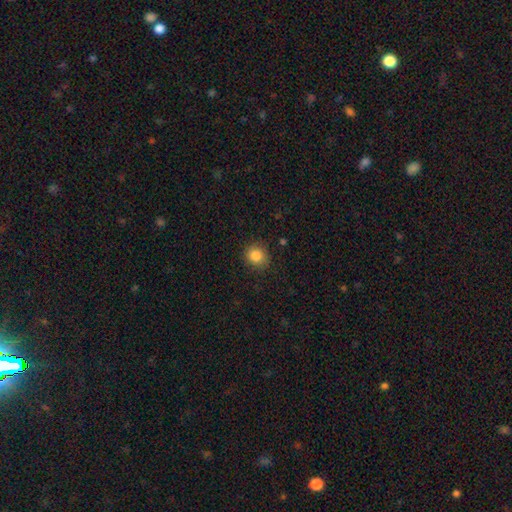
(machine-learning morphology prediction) Smooth or featured?
  - smooth: 85% *
  - star or artifact: 10%
  - featured or disk: 5%
How rounded?
  - round: 84% *
  - in between: 15%
  - cigar-shaped: 1%
Merging?
  - none: 87% *
  - minor disturbance: 9%
  - major disturbance: 3%
  - merger: 1%